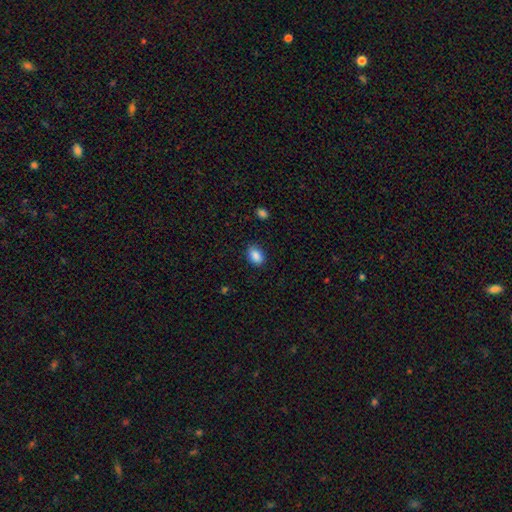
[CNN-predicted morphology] The model was most divided on "how rounded": in between: 82%, round: 17%, cigar-shaped: 1%. More confident: smooth or featured — smooth (88%); merging — none (86%).